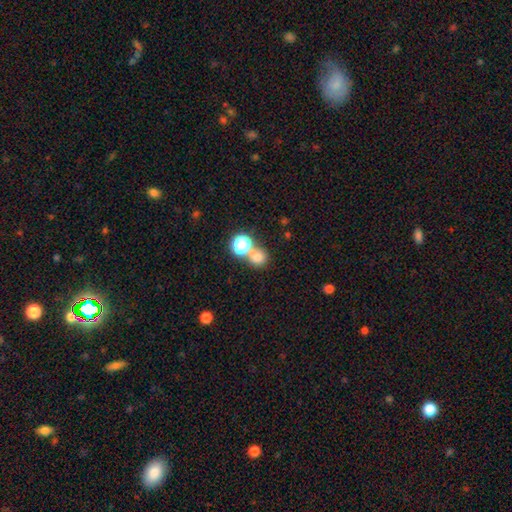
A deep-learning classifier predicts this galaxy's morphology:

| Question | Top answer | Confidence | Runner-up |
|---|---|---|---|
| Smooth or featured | smooth | 71% | star or artifact (21%) |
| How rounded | round | 79% | in between (20%) |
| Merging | none | 47% | merger (40%) |